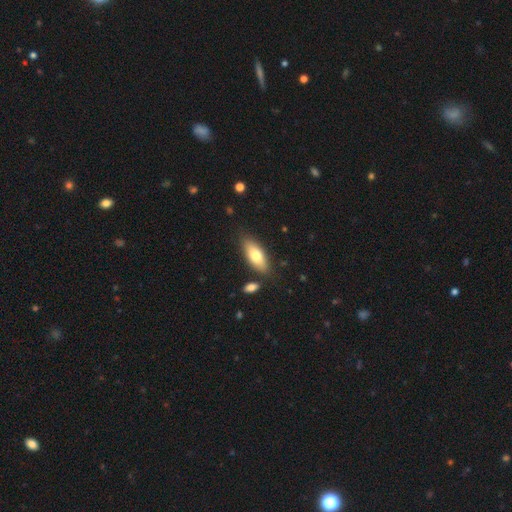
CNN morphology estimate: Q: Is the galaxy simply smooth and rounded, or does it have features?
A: smooth — 75%.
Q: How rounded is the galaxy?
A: in between — 77%.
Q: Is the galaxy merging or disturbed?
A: none — 81%.